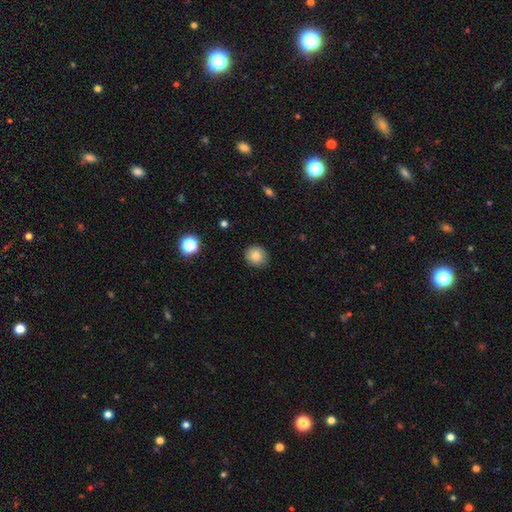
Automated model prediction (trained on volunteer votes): Smooth or featured? Predicted: smooth (p=0.82). How rounded? Predicted: round (p=0.87). Merging? Predicted: none (p=0.86).